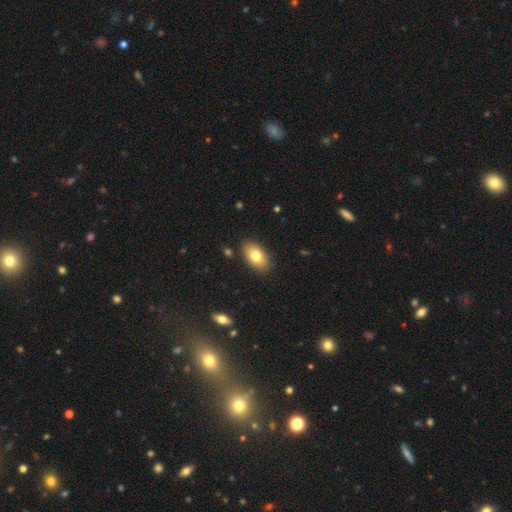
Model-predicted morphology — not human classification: Smooth or featured? smooth (76%)
How rounded? in between (92%)
Merging? none (87%)